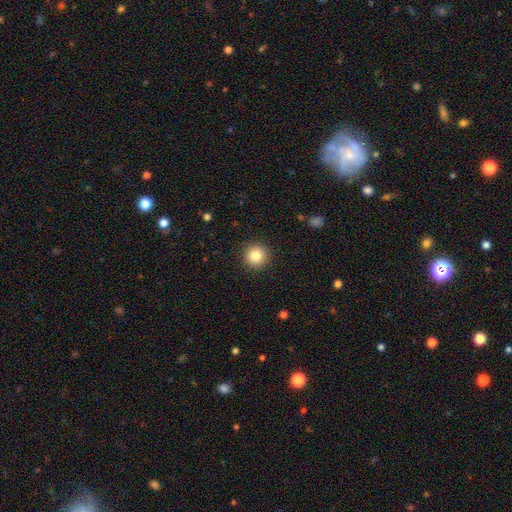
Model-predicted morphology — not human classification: Smooth or featured? smooth (83%)
How rounded? round (95%)
Merging? none (92%)